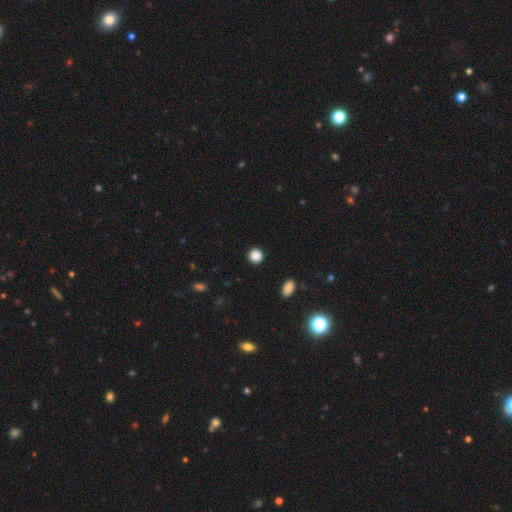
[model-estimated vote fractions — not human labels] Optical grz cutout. It shows a smooth galaxy with no disk features (87%) that is round (92%). Merging: none (92%).